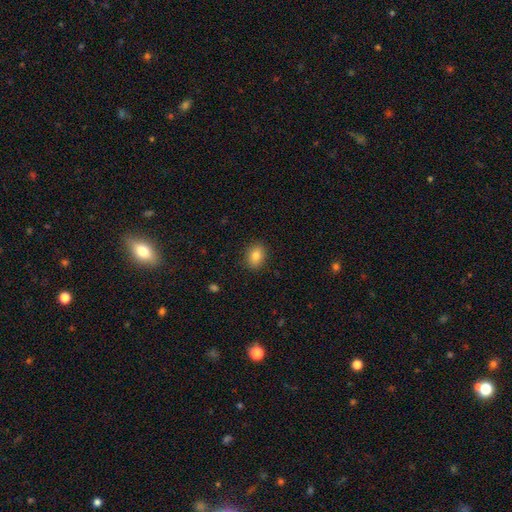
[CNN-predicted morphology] Smooth or featured? Predicted: smooth (p=0.83). How rounded? Predicted: in between (p=0.62). Merging? Predicted: none (p=0.89).